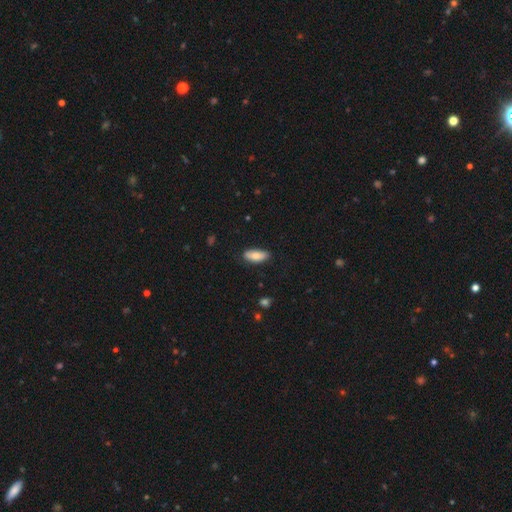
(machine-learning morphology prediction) Smooth or featured?
  - smooth: 81% *
  - featured or disk: 13%
  - star or artifact: 6%
How rounded?
  - in between: 79% *
  - cigar-shaped: 19%
  - round: 2%
Merging?
  - none: 80% *
  - minor disturbance: 16%
  - major disturbance: 3%
  - merger: 1%